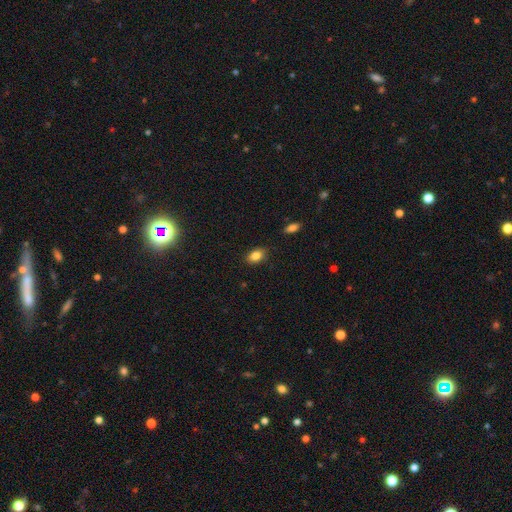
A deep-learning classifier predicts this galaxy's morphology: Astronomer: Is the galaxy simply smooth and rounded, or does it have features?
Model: smooth — 83%.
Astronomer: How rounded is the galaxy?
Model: in between — 85%.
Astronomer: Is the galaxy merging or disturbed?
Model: none — 84%.